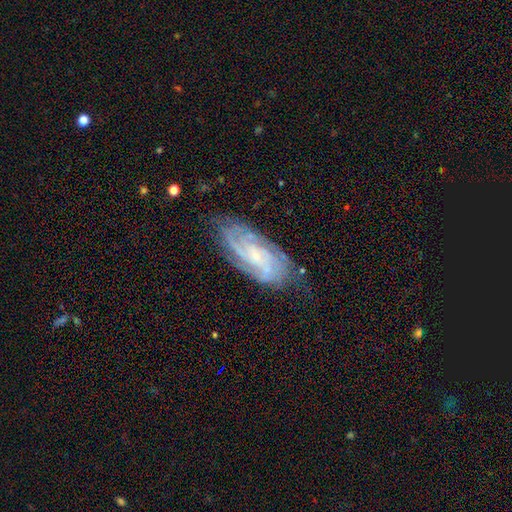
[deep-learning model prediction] Overall: featured or disk (82%). Edge-on disk: no (93%). Bar: no (57%; weak 34%). Spiral arms: yes (96%). Spiral arm count: can't tell (27%; 3 23%). Spiral winding: tight (62%; medium 32%). Bulge size: small (66%). Merging: none (73%).